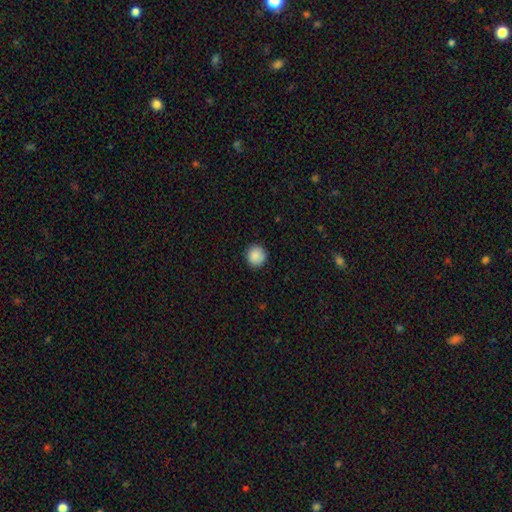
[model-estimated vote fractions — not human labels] Overall: smooth (88%). How rounded: round (93%). Merging: none (91%).